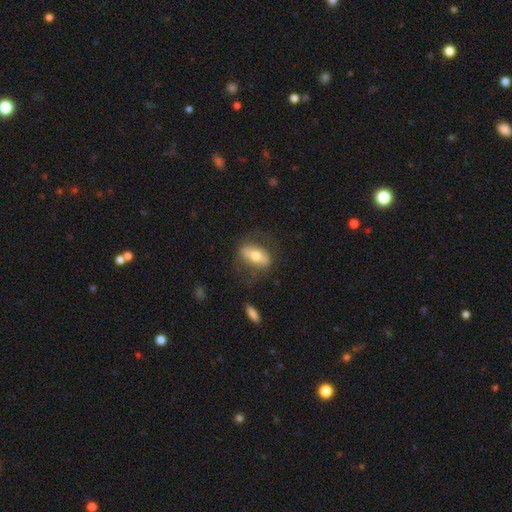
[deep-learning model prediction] smooth 49%, featured or disk 45%, star or artifact 7%. Down the decision tree: merging — none (69%).